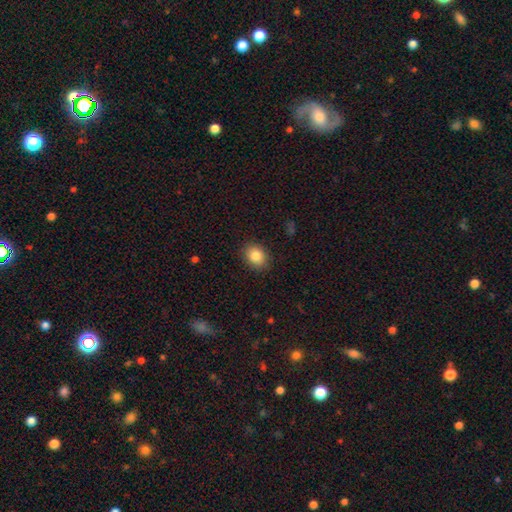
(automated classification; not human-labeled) Morphology: type=smooth (85%); roundness=in between (60%); merging=none (88%).